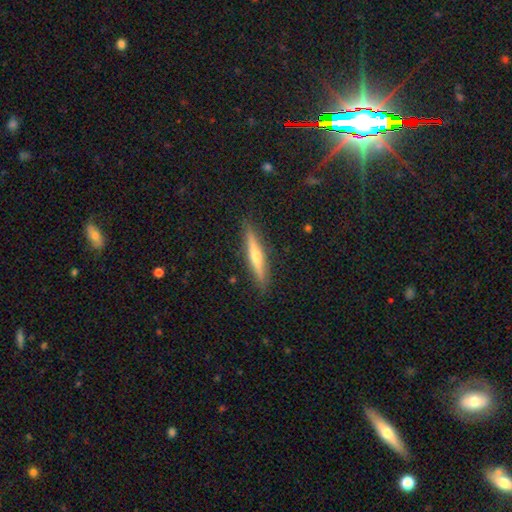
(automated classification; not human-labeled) A featured or disk galaxy (52%) viewed edge-on (95%). Merging: none (89%).